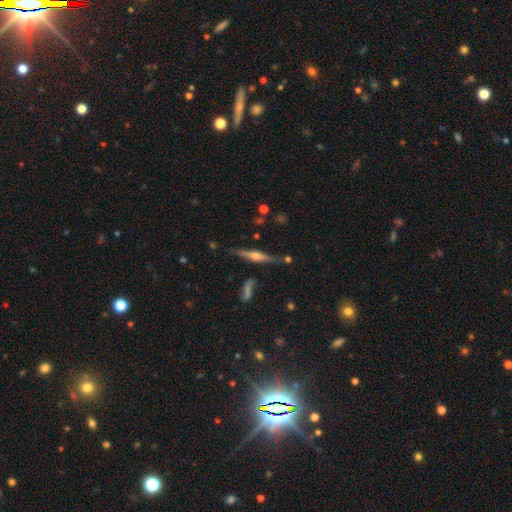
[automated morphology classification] Smooth or featured?
  - featured or disk: 70% *
  - smooth: 23%
  - star or artifact: 7%
Edge-on disk?
  - yes: 96% *
  - no: 4%
Edge-on bulge?
  - rounded: 88% *
  - boxy: 6%
  - none: 6%
Merging?
  - none: 75% *
  - minor disturbance: 15%
  - merger: 6%
  - major disturbance: 4%